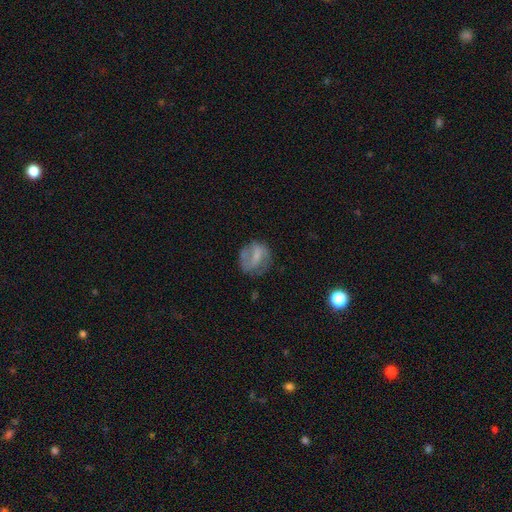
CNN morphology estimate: Smooth or featured: featured or disk — 51% (smooth — 40%)
Edge-on disk: no — 97% (yes — 3%)
Merging: none — 60% (minor disturbance — 23%)